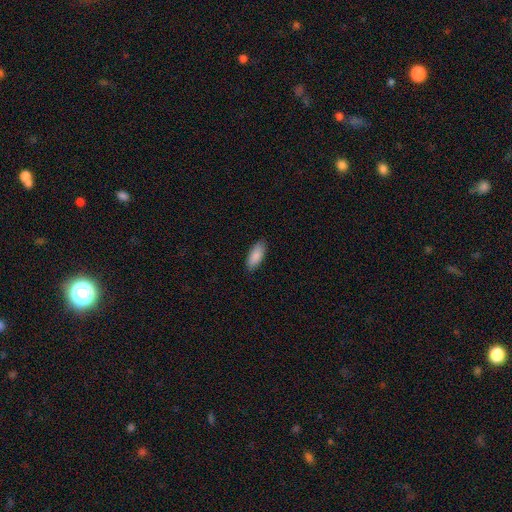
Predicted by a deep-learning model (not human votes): Overall: smooth (89%). How rounded: in between (82%). Merging: none (87%).